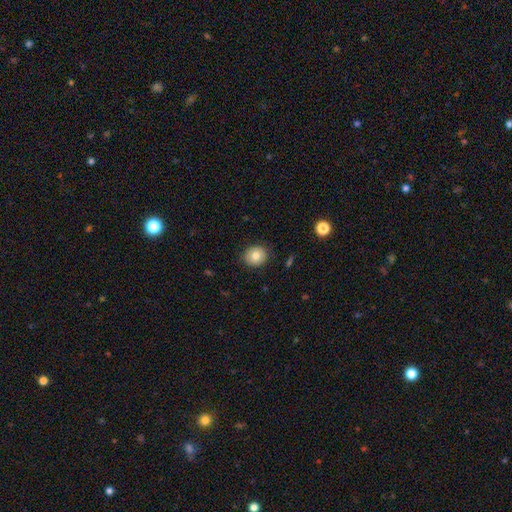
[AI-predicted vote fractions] Smooth or featured? Predicted: smooth (p=0.80). How rounded? Predicted: round (p=0.76). Merging? Predicted: none (p=0.89).